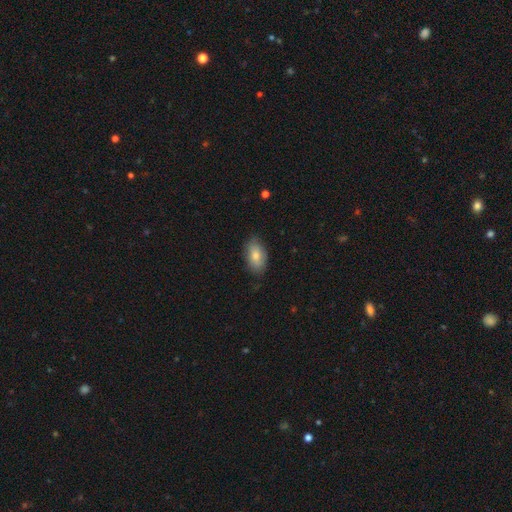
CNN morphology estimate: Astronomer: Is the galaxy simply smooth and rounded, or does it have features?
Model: smooth — 79%.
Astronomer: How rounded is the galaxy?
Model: in between — 92%.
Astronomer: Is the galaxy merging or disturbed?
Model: none — 77%.